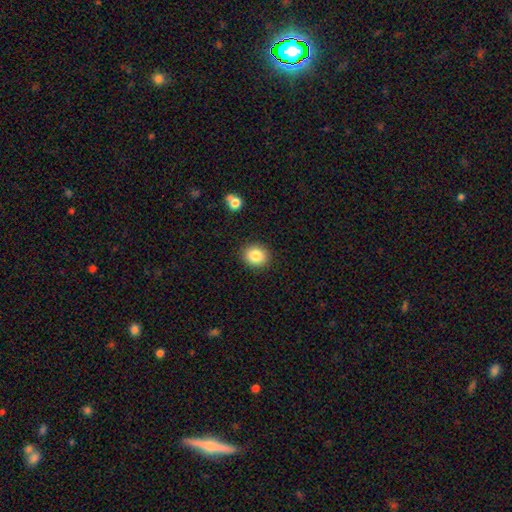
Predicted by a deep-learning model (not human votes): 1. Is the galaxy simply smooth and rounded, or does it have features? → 85% smooth, 9% star or artifact, 6% featured or disk.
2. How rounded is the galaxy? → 73% round, 26% in between, 1% cigar-shaped.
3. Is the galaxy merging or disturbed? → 88% none, 8% minor disturbance, 2% major disturbance, 2% merger.